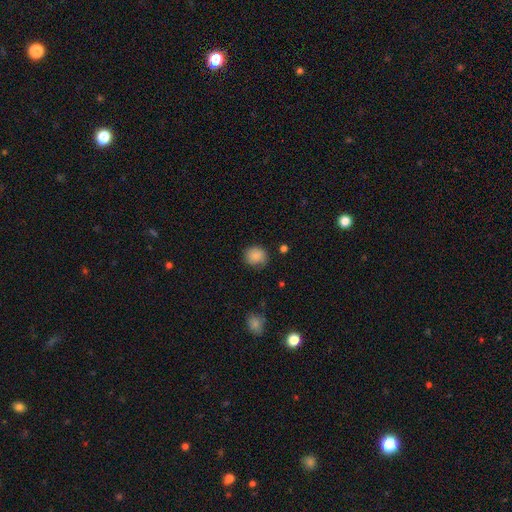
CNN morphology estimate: Q: Smooth or featured?
A: smooth (85%); runner-up: star or artifact (9%)
Q: How rounded?
A: round (79%); runner-up: in between (20%)
Q: Merging?
A: none (76%); runner-up: minor disturbance (18%)